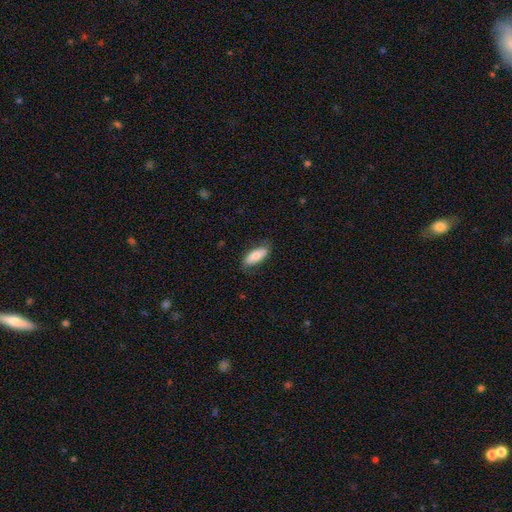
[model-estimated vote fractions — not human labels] This is likely a smooth galaxy (75%). How rounded: clearly in between (81%). Merging: likely none (78%).